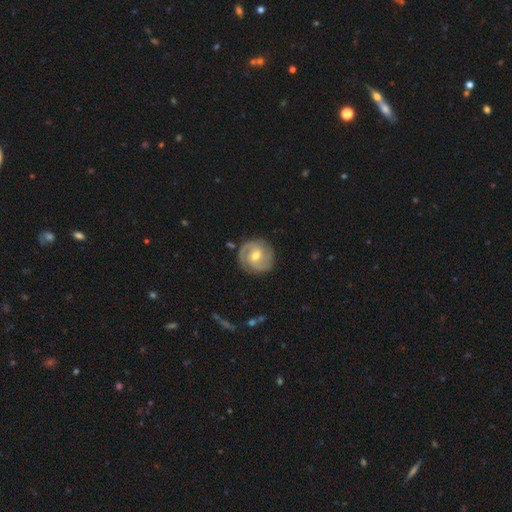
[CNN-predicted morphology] Overall: featured or disk (75%). Edge-on disk: no (97%). Bar: weak (53%; no 32%). Spiral arms: yes (91%). Spiral arm count: 2 (75%). Spiral winding: tight (48%; medium 39%). Bulge size: moderate (66%; small 29%). Merging: none (81%).